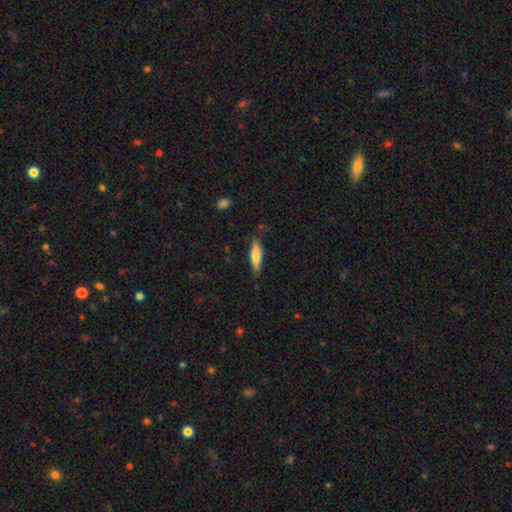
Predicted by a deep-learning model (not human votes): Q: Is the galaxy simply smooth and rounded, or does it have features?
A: smooth — 64%.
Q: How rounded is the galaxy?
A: cigar-shaped — 69%.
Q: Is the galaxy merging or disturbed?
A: none — 80%.